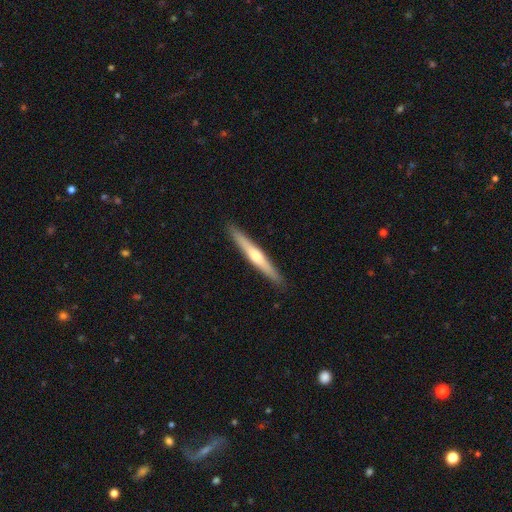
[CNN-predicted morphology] type=featured or disk (60%); edge-on=yes (97%); edge-on bulge=rounded (81%); merging=none (92%).